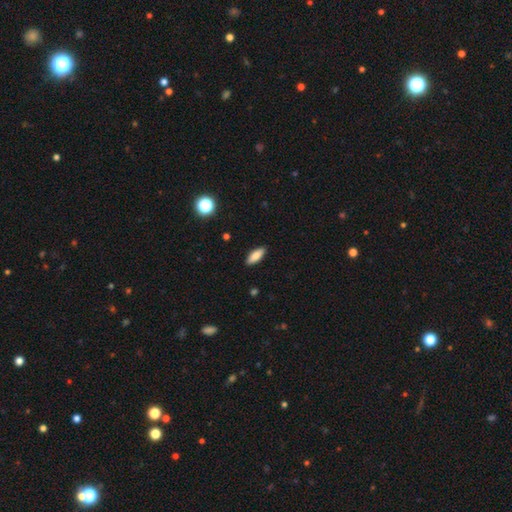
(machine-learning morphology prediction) Smooth or featured? Predicted: smooth (p=0.80). How rounded? Predicted: in between (p=0.68). Merging? Predicted: none (p=0.89).